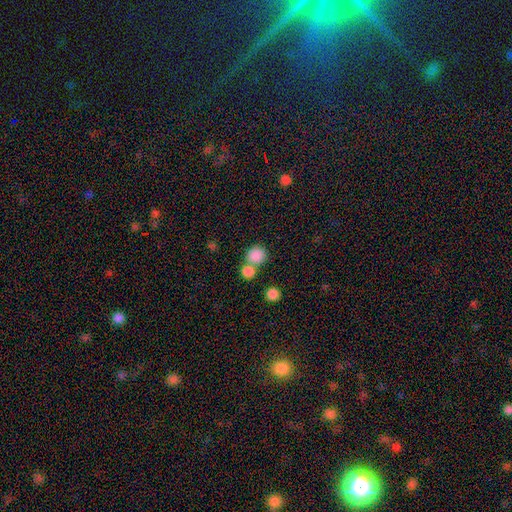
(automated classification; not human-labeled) This is clearly a smooth galaxy (84%). How rounded: clearly round (88%). Merging: possibly none (53%).